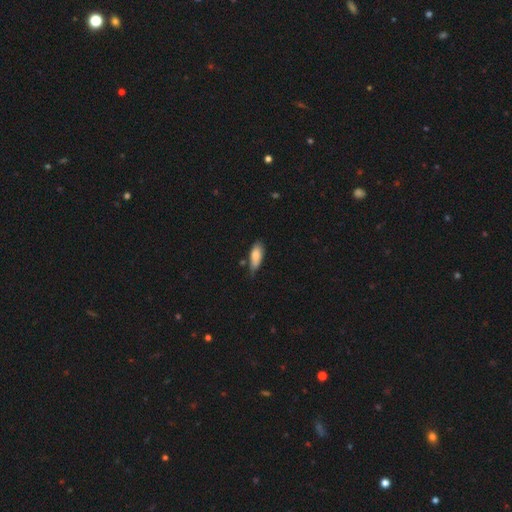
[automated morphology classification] Smooth or featured: smooth — 80% (featured or disk — 13%)
How rounded: in between — 78% (cigar-shaped — 20%)
Merging: none — 52% (minor disturbance — 36%)